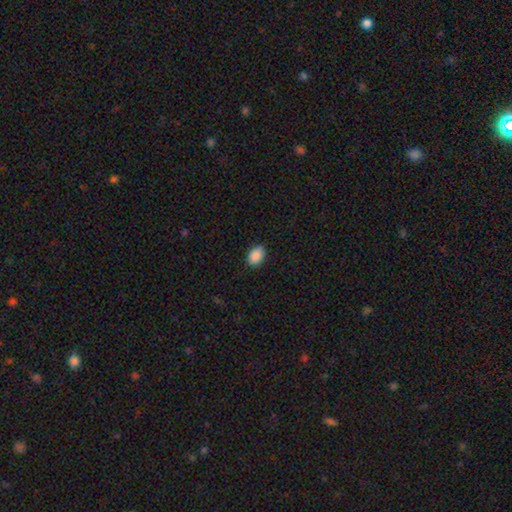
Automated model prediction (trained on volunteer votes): Smooth or featured: smooth — 89% (star or artifact — 7%)
How rounded: in between — 85% (round — 14%)
Merging: none — 87% (minor disturbance — 10%)